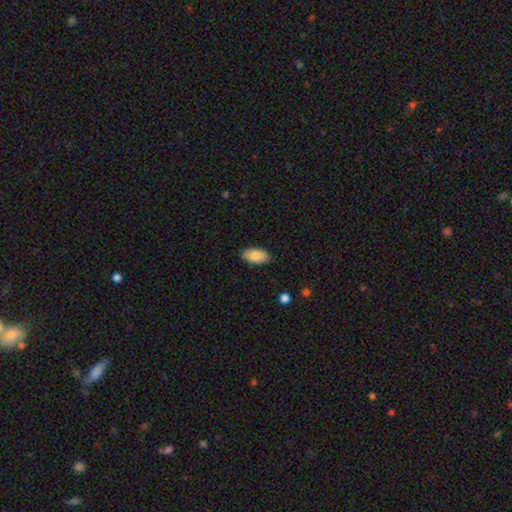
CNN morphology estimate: smooth-or-featured: smooth: 86% | featured or disk: 8% | star or artifact: 6%
  how-rounded: in between: 93% | cigar-shaped: 5% | round: 3%
  merging: none: 87% | minor disturbance: 10% | major disturbance: 2% | merger: 1%